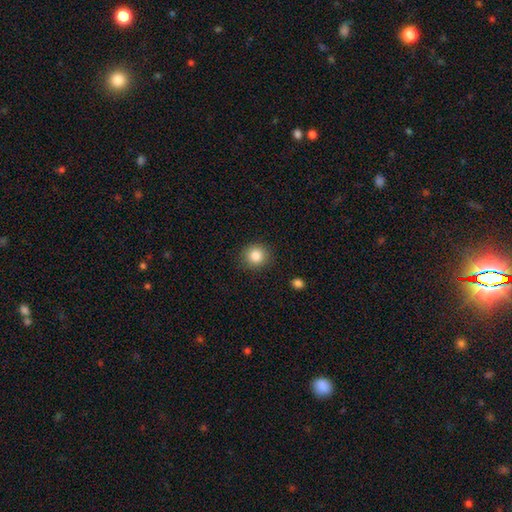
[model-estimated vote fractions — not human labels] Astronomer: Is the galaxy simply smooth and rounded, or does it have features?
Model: smooth — 84%.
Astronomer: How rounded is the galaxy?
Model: round — 89%.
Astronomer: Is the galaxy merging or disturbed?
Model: none — 89%.